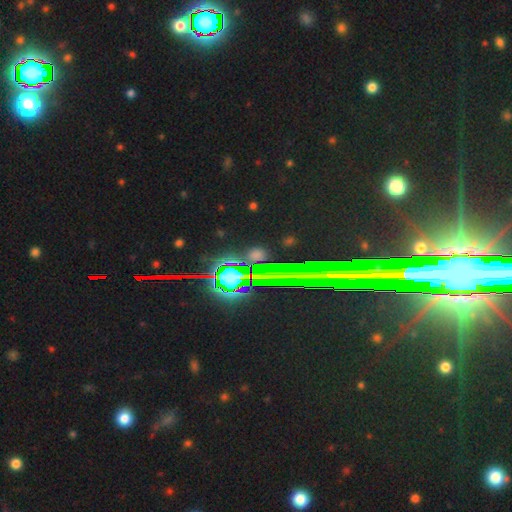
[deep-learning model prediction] Smooth or featured? Predicted: star or artifact (p=0.74).